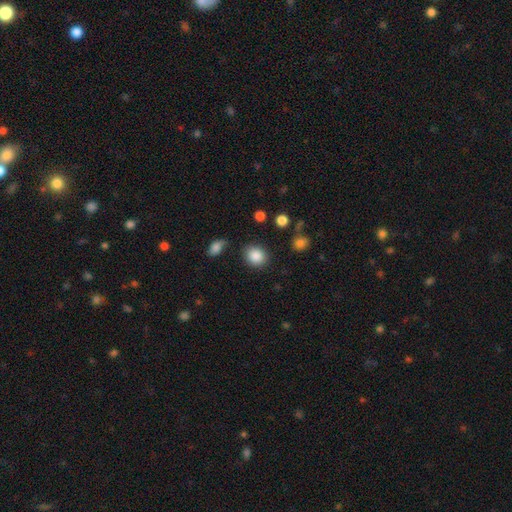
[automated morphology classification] Smooth or featured: smooth — 86% (star or artifact — 9%)
How rounded: round — 73% (in between — 26%)
Merging: none — 82% (minor disturbance — 11%)